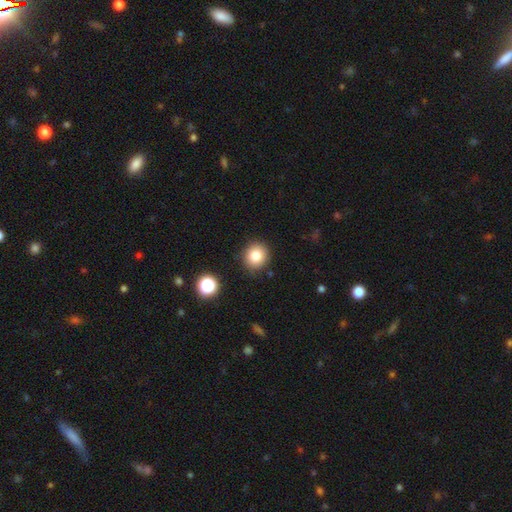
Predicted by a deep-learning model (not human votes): Overall: smooth (81%). How rounded: round (86%). Merging: none (88%).